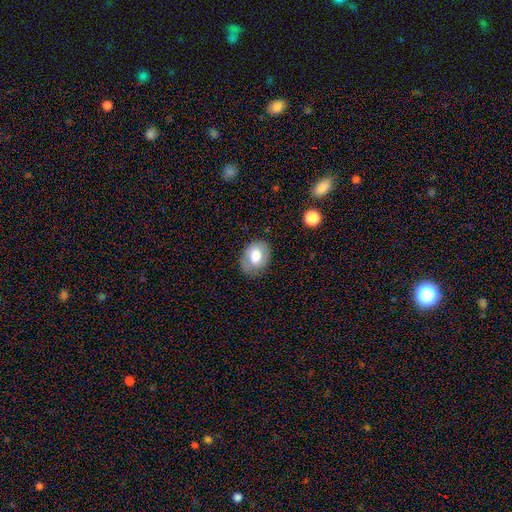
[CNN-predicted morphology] Overall: smooth (73%). How rounded: in between (60%; round 39%). Merging: none (76%).